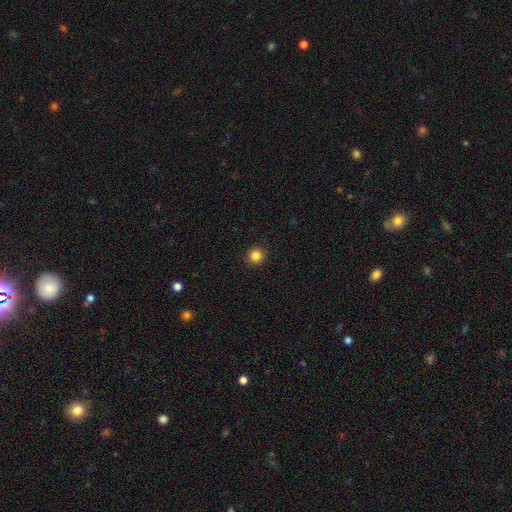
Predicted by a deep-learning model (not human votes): smooth-or-featured: smooth: 85% | star or artifact: 11% | featured or disk: 4%
  how-rounded: round: 93% | in between: 6% | cigar-shaped: 1%
  merging: none: 92% | minor disturbance: 5% | major disturbance: 2% | merger: 1%